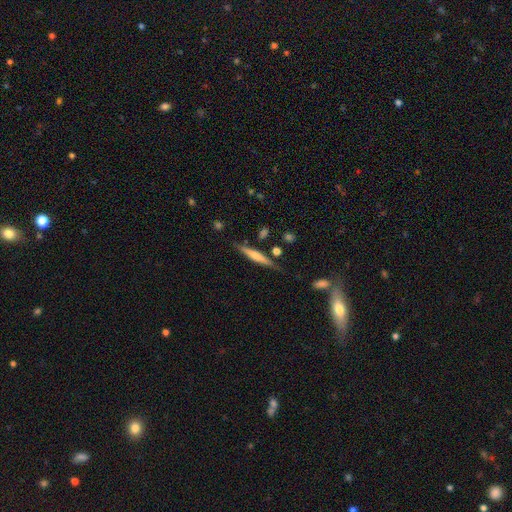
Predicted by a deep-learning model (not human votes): Morphology: type=featured or disk (48%); merging=none (80%).